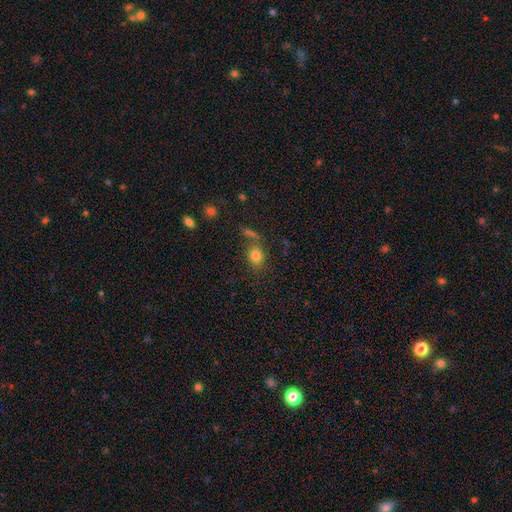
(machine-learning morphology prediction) type=smooth (80%); roundness=round (56%); merging=none (70%).